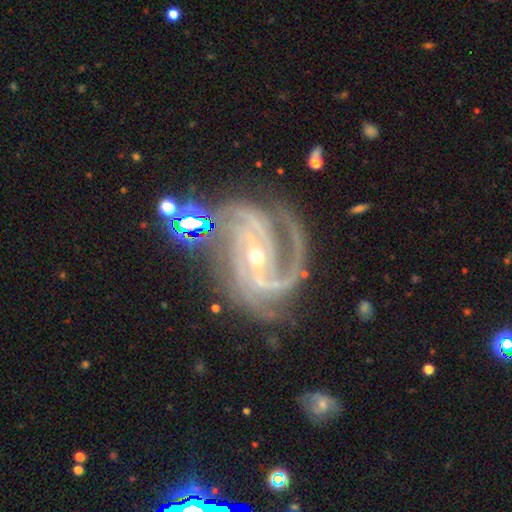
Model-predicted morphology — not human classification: The model was most divided on "spiral winding": tight: 49%, medium: 44%, loose: 7%. Remaining: spiral arms — yes (99%); edge-on disk — no (97%); smooth or featured — featured or disk (92%); bulge size — small (64%); merging — none (62%); spiral arm count — 3 (46%); bar — strong (39%).